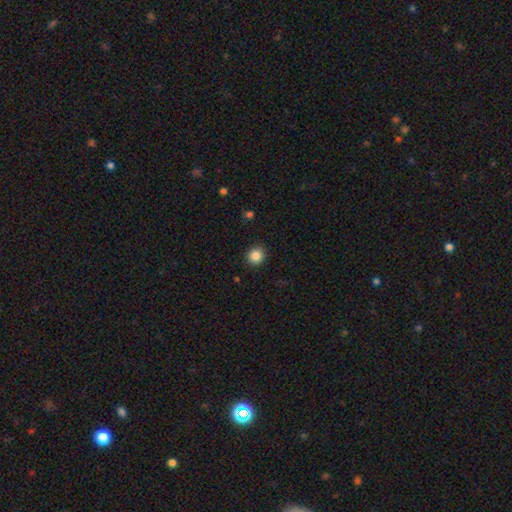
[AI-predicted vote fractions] This is clearly a smooth galaxy (85%). How rounded: clearly round (90%). Merging: clearly none (91%).